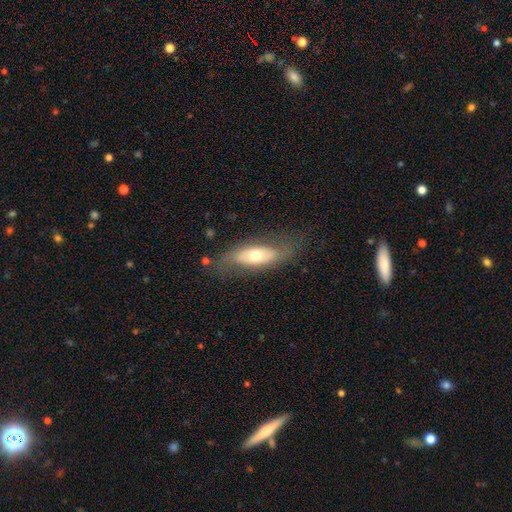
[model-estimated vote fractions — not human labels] Overall: smooth (50%; featured or disk 44%). Merging: none (68%).